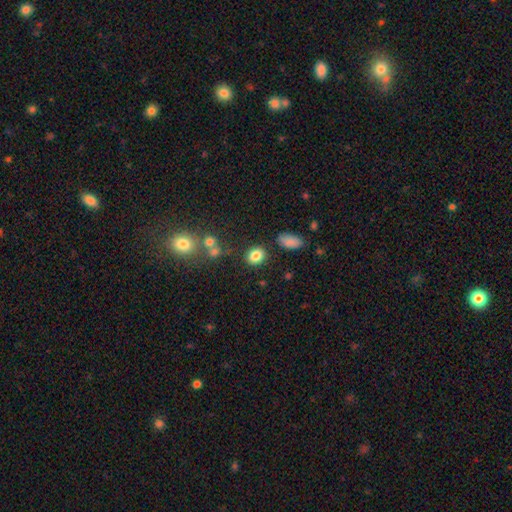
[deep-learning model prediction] A smooth galaxy with no disk features (83%) that is round (52%). Merging: none (80%).